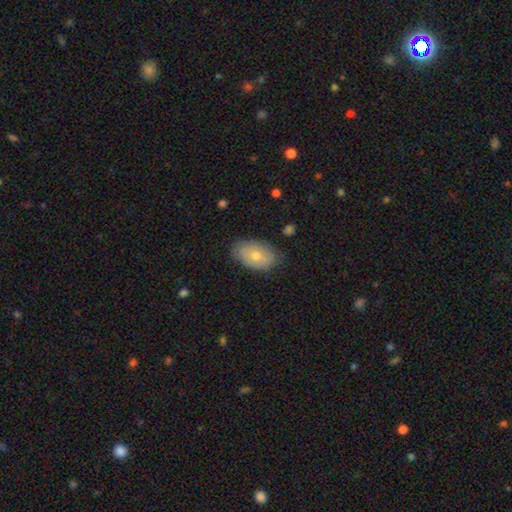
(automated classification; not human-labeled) A smooth galaxy with no disk features (65%) that is in between round and cigar-shaped (91%). Merging: none (81%).